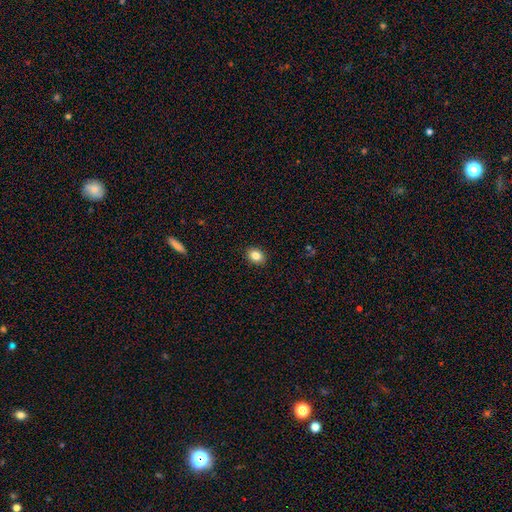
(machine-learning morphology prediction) A smooth galaxy with no disk features (84%) that is in between round and cigar-shaped (65%). Merging: none (90%).